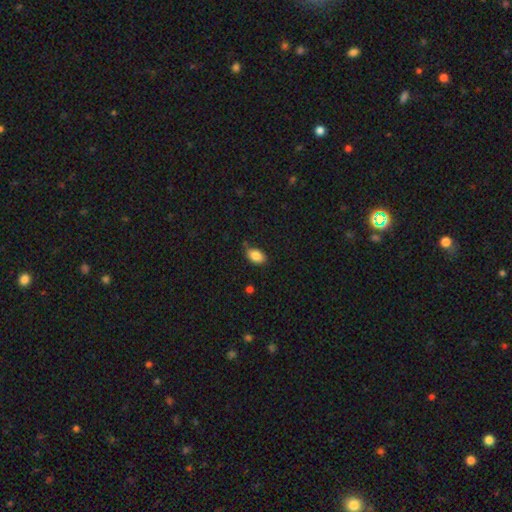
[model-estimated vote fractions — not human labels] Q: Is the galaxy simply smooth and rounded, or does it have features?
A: smooth — 85%.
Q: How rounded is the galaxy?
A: in between — 90%.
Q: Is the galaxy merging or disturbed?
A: none — 73%.